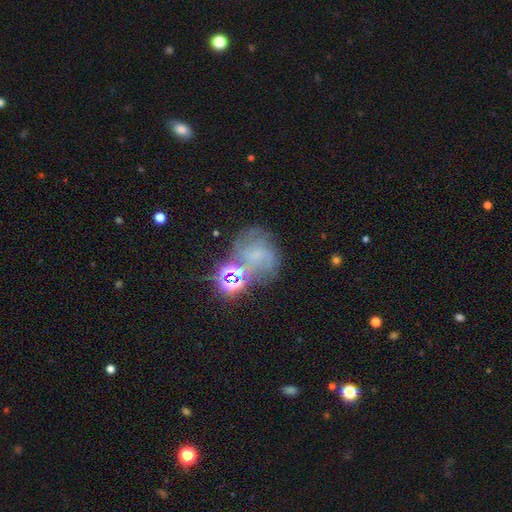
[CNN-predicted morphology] Overall: featured or disk (52%; star or artifact 26%). Edge-on disk: no (97%). Bar: no (67%). Spiral arms: yes (72%). Bulge size: none (45%; small 35%). Merging: none (48%; major disturbance 20%).